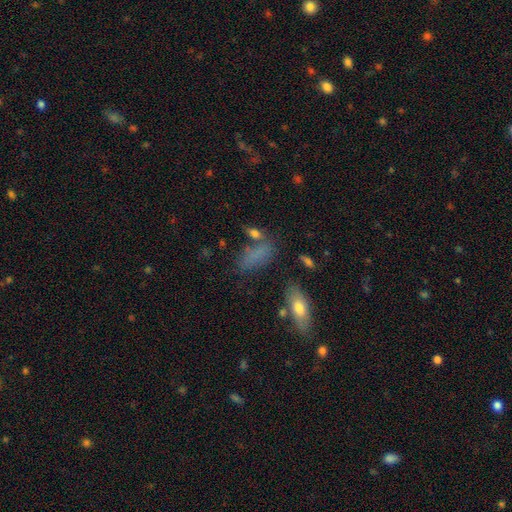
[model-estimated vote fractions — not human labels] A smooth galaxy with no disk features (72%) that is in between round and cigar-shaped (70%). Merging: none (54%).